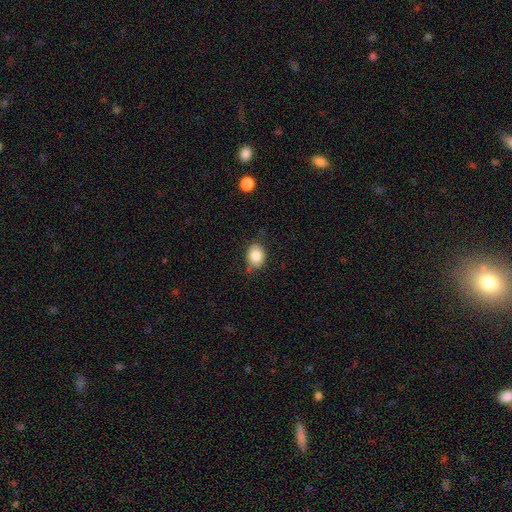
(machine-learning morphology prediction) smooth-or-featured: smooth: 83% | star or artifact: 9% | featured or disk: 9%
  how-rounded: in between: 51% | round: 48% | cigar-shaped: 1%
  merging: none: 75% | minor disturbance: 18% | major disturbance: 4% | merger: 2%